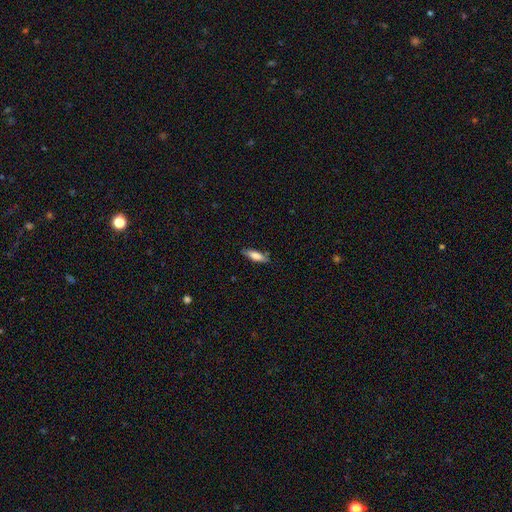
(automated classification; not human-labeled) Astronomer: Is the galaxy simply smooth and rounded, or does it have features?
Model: smooth — 75%.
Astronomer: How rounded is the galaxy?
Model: cigar-shaped — 53% (runner-up: in between, 45%).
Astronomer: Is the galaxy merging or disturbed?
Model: none — 81%.